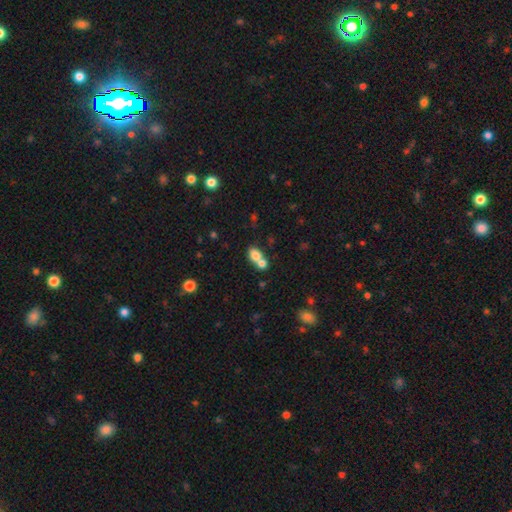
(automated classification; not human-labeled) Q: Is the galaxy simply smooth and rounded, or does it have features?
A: smooth — 77%.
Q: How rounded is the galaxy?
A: in between — 65%.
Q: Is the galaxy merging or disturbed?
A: merger — 63%.